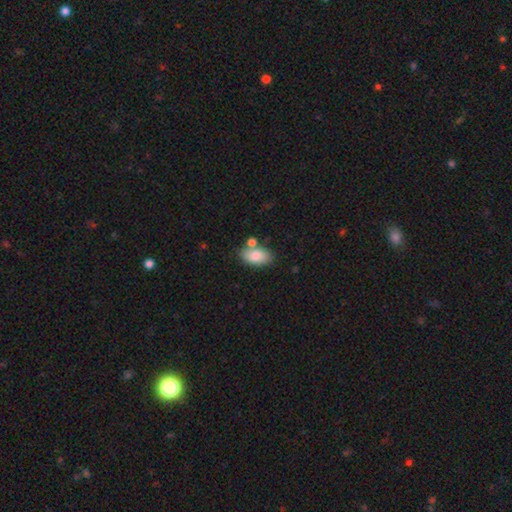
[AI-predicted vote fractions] smooth-or-featured: smooth: 83% | featured or disk: 10% | star or artifact: 7%
  how-rounded: in between: 92% | round: 5% | cigar-shaped: 2%
  merging: none: 65% | merger: 17% | minor disturbance: 15% | major disturbance: 4%